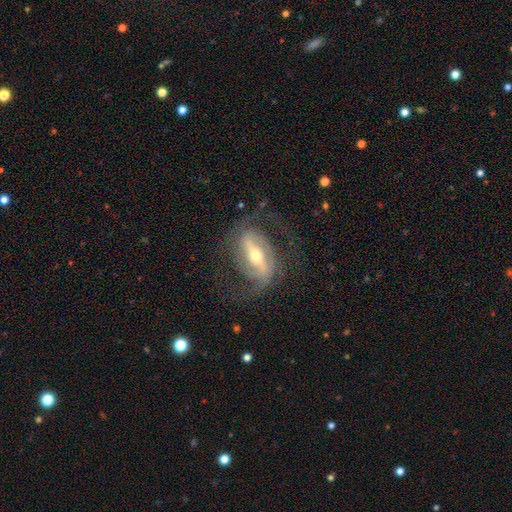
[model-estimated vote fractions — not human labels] Q: Smooth or featured?
A: featured or disk (86%); runner-up: smooth (8%)
Q: Edge-on disk?
A: no (92%); runner-up: yes (8%)
Q: Bar?
A: strong (66%); runner-up: weak (25%)
Q: Spiral arms?
A: yes (91%); runner-up: no (9%)
Q: Spiral winding?
A: medium (51%); runner-up: loose (27%)
Q: Spiral arm count?
A: 2 (85%); runner-up: can't tell (7%)
Q: Bulge size?
A: moderate (53%); runner-up: small (41%)
Q: Merging?
A: none (70%); runner-up: major disturbance (15%)